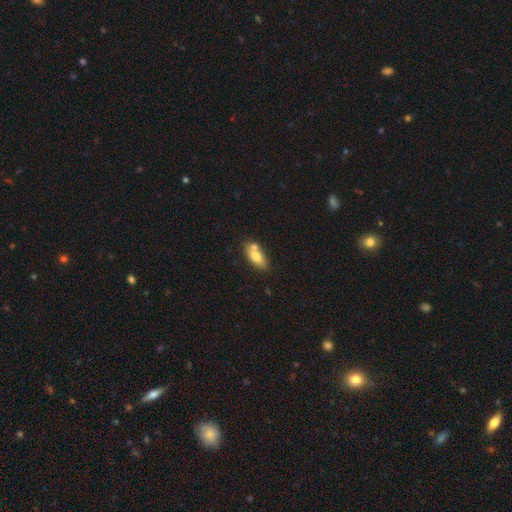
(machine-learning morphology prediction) Smooth or featured: smooth — 73% (featured or disk — 20%)
How rounded: in between — 81% (cigar-shaped — 15%)
Merging: none — 49% (merger — 32%)